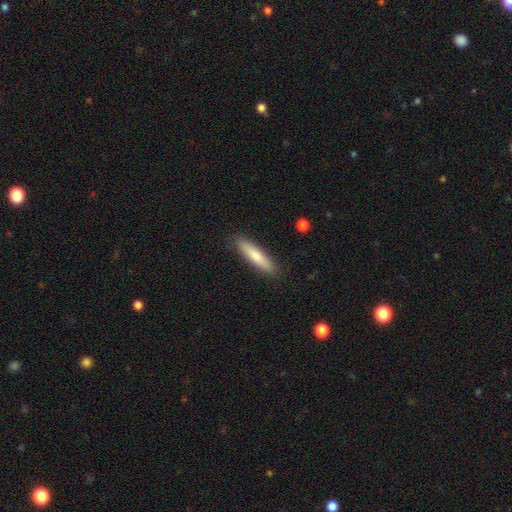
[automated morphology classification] Smooth or featured? smooth (74%)
How rounded? cigar-shaped (81%)
Merging? none (88%)